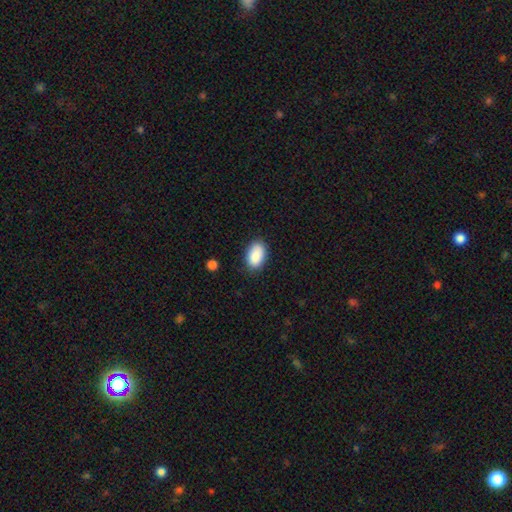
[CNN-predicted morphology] Smooth or featured: smooth — 89% (star or artifact — 7%)
How rounded: in between — 92% (round — 6%)
Merging: none — 85% (minor disturbance — 11%)